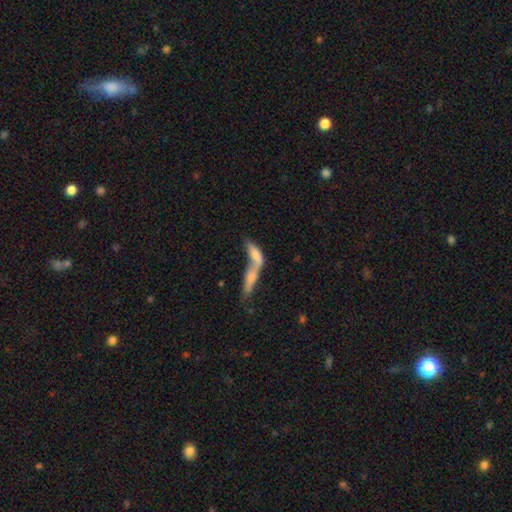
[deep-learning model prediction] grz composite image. It shows a smooth galaxy with no disk features (61%) that is cigar-shaped (51%). Merging: merger (73%).